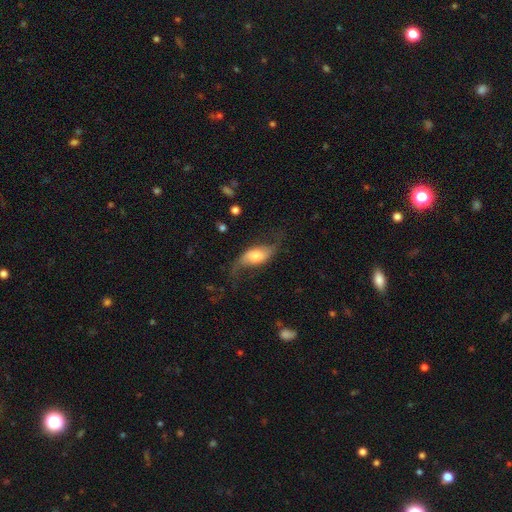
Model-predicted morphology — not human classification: type=featured or disk (64%); edge-on=no (88%); bar=no (48%); spiral arms=yes (89%); winding=loose (87%); arm count=2 (90%); bulge=moderate (52%); merging=none (57%).